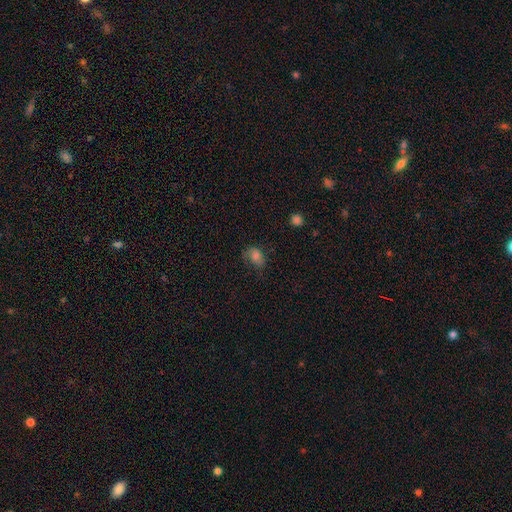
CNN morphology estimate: The model was most divided on "merging": none: 47%, minor disturbance: 32%, major disturbance: 20%, merger: 2%. More confident: smooth or featured — smooth (74%); how rounded — in between (73%).